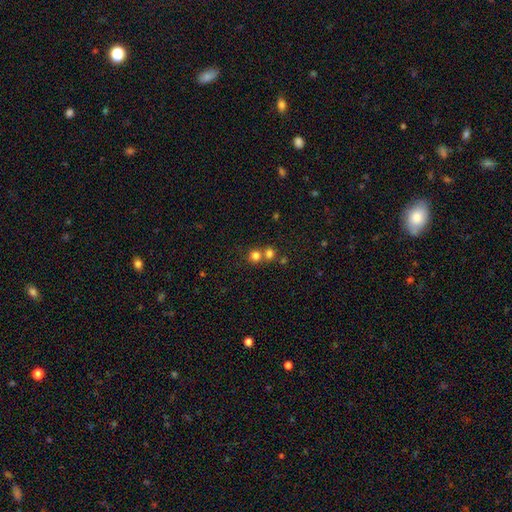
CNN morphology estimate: This is likely a smooth galaxy (77%). How rounded: clearly round (87%). Merging: possibly none (47%).